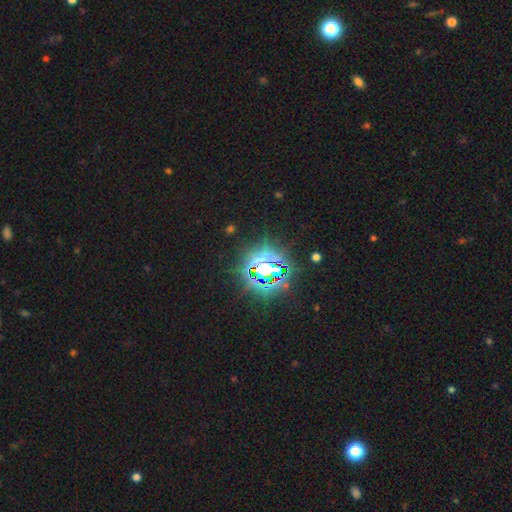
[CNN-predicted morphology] This is clearly a star or artifact rather than a galaxy (81%).